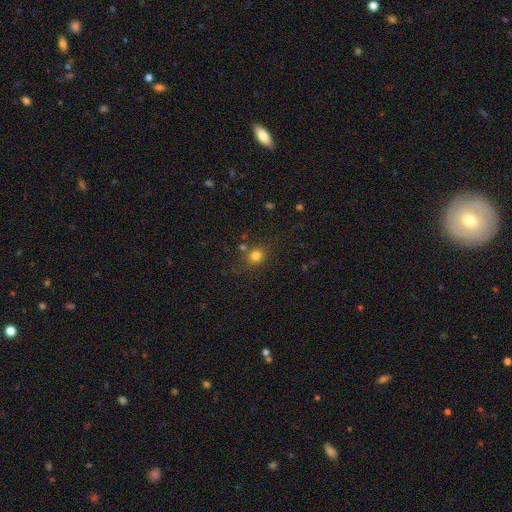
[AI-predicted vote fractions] Q: Smooth or featured?
A: smooth (78%); runner-up: star or artifact (15%)
Q: How rounded?
A: round (80%); runner-up: in between (19%)
Q: Merging?
A: none (75%); runner-up: minor disturbance (12%)